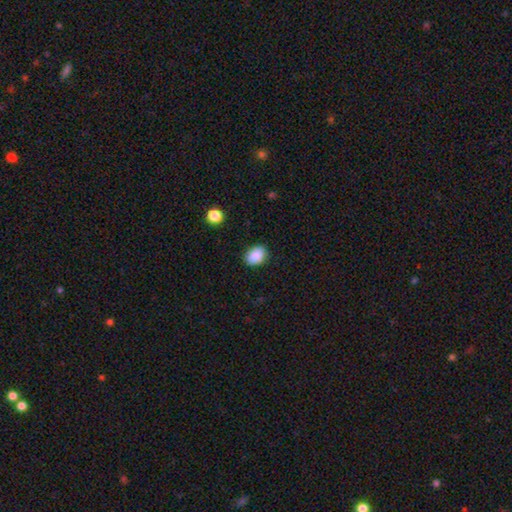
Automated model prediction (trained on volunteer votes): Morphology: type=smooth (89%); roundness=in between (73%); merging=none (86%).